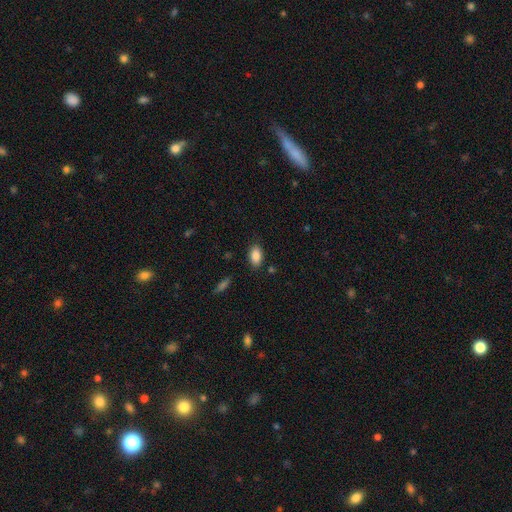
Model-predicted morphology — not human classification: A smooth galaxy with no disk features (87%) that is in between round and cigar-shaped (92%). Merging: none (84%).